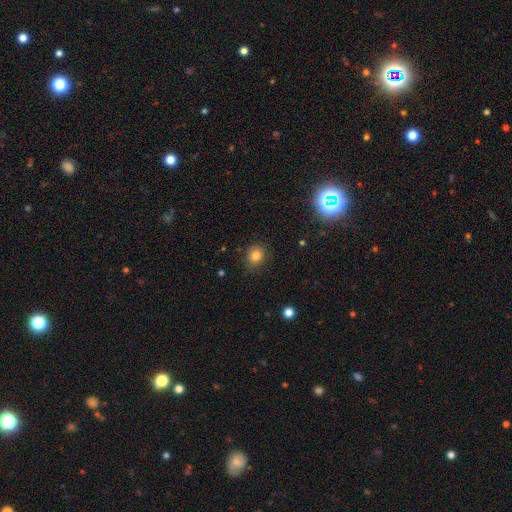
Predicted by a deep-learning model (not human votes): A smooth galaxy with no disk features (82%) that is round (74%). Merging: none (83%).